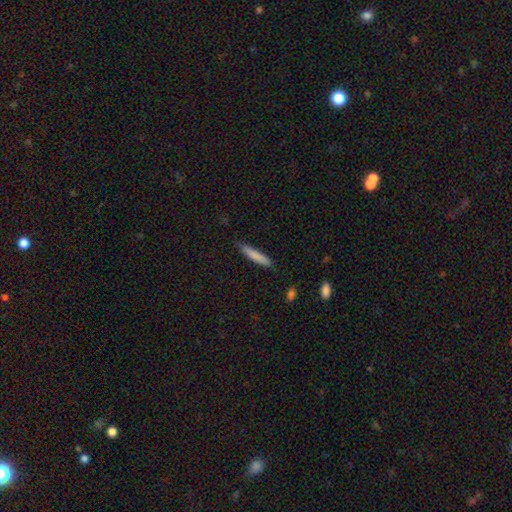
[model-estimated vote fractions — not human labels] This appears to be a smooth galaxy with no disk features (80%) that is cigar-shaped (91%). Merging: none (80%).